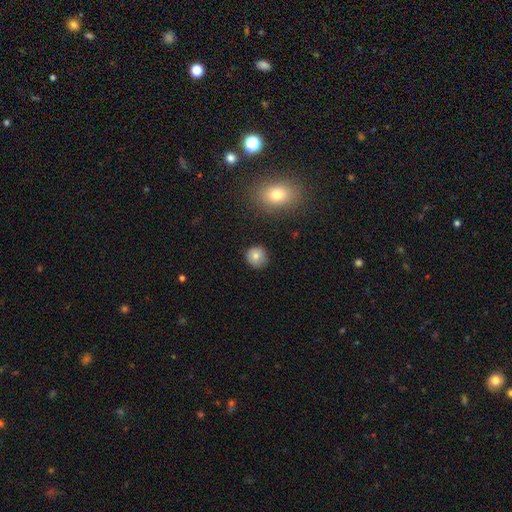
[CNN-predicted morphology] Smooth or featured? smooth (79%)
How rounded? round (92%)
Merging? none (87%)